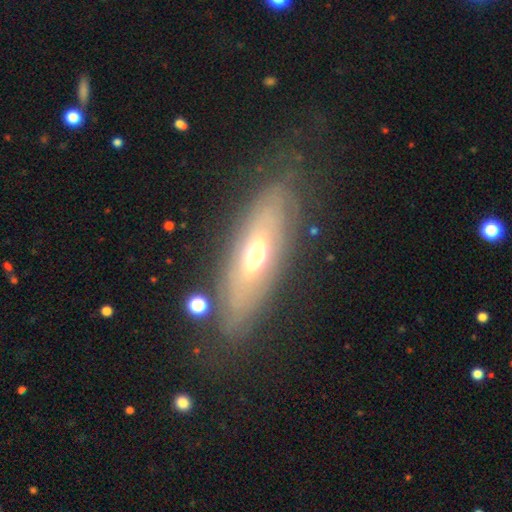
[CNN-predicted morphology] Smooth or featured? Predicted: featured or disk (p=0.61). Edge-on disk? Predicted: no (p=0.60). Merging? Predicted: none (p=0.74).